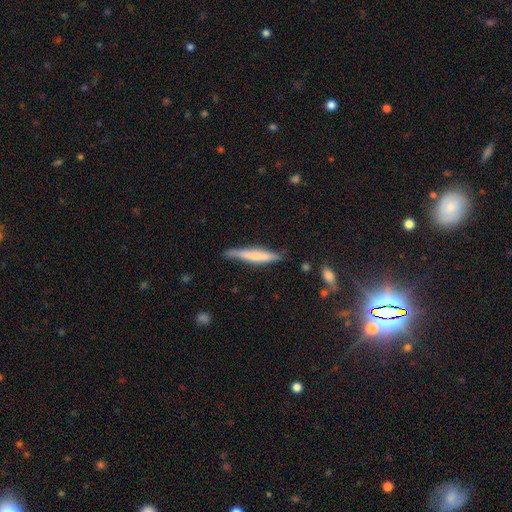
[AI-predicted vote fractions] Q: Smooth or featured?
A: smooth (59%); runner-up: featured or disk (35%)
Q: How rounded?
A: cigar-shaped (91%); runner-up: in between (8%)
Q: Merging?
A: none (70%); runner-up: minor disturbance (23%)